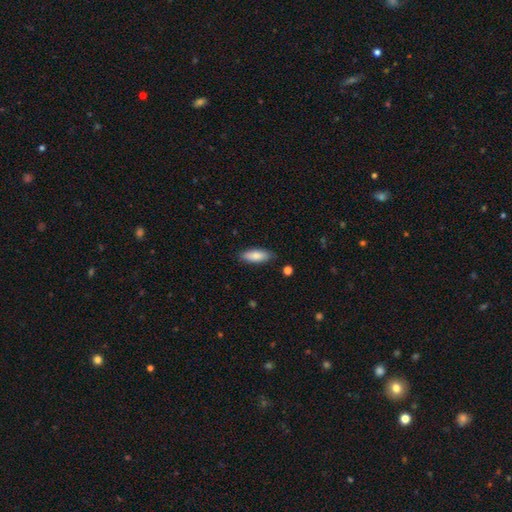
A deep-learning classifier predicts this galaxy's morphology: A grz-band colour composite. It shows a smooth galaxy with no disk features (84%) that is in between round and cigar-shaped (71%). Merging: none (85%).